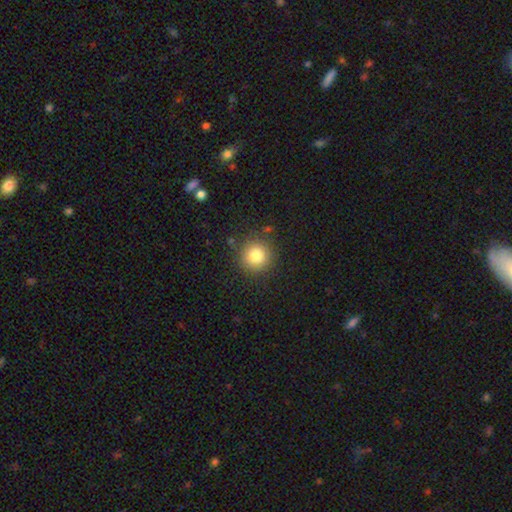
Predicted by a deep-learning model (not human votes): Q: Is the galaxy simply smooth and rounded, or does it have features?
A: smooth — 82%.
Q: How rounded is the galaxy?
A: round — 94%.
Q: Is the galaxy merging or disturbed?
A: none — 87%.